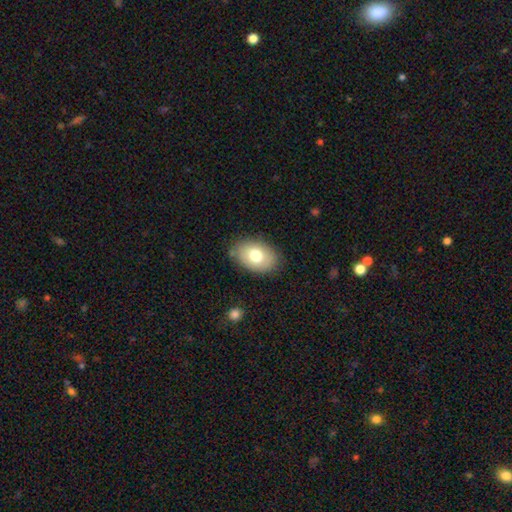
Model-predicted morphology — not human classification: This appears to be a smooth galaxy with no disk features (73%) that is in between round and cigar-shaped (84%). Merging: none (81%).